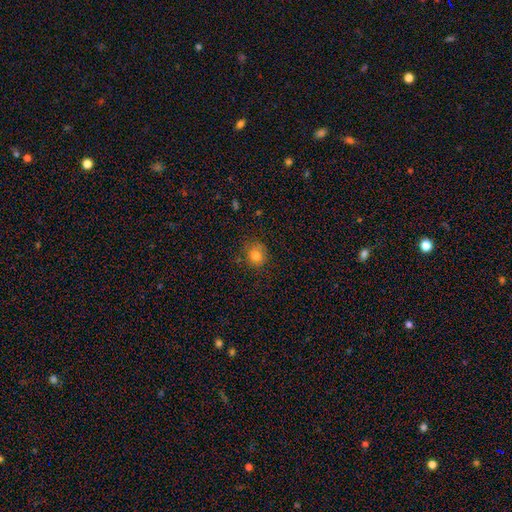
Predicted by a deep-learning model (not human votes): smooth 80%, star or artifact 12%, featured or disk 8%. Down the decision tree: how rounded — round (81%); merging — none (78%).